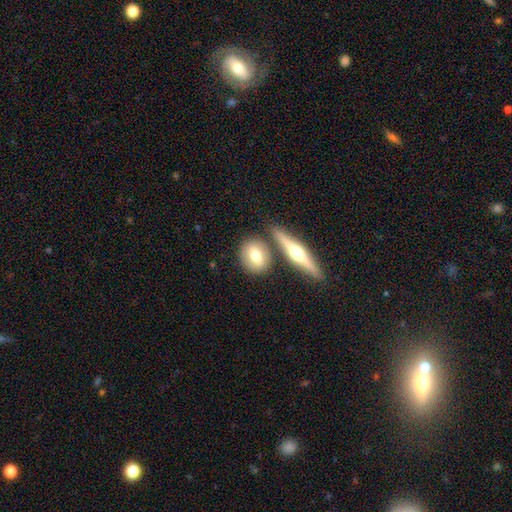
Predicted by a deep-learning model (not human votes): smooth_or_featured: smooth (p=0.66) [alt: featured or disk p=0.28]
how_rounded: round (p=0.61) [alt: in between p=0.34]
merging: none (p=0.73) [alt: merger p=0.15]